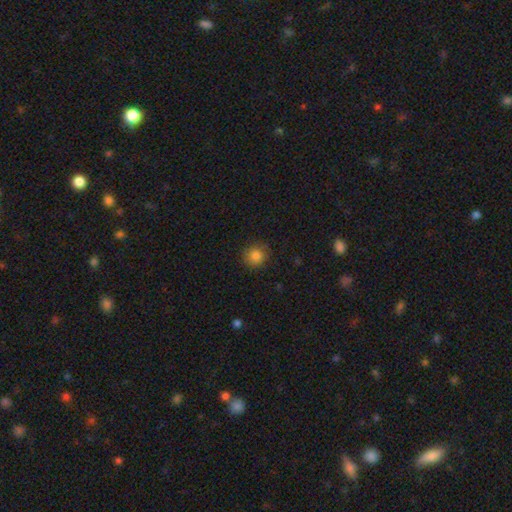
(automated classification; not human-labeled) Smooth or featured?
  - smooth: 84% *
  - star or artifact: 11%
  - featured or disk: 5%
How rounded?
  - round: 90% *
  - in between: 9%
  - cigar-shaped: 1%
Merging?
  - none: 85% *
  - minor disturbance: 11%
  - major disturbance: 3%
  - merger: 1%